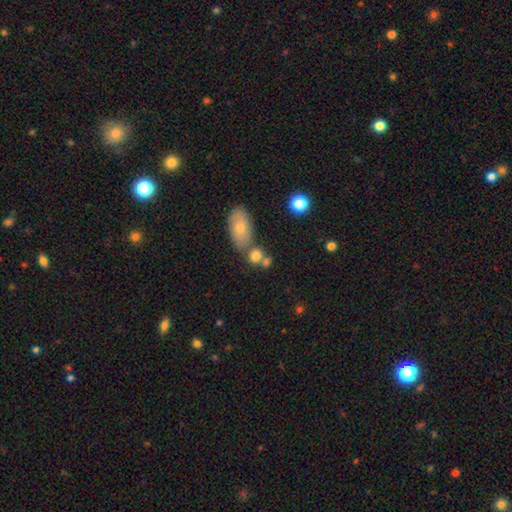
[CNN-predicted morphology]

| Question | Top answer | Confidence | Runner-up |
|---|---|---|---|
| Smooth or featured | smooth | 79% | star or artifact (11%) |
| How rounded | round | 61% | in between (36%) |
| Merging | none | 50% | merger (35%) |